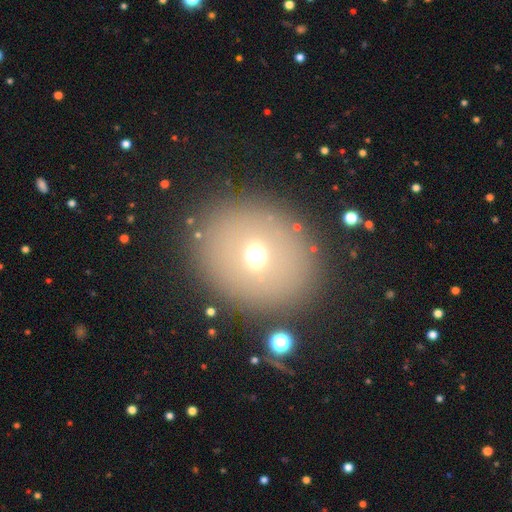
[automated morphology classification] Smooth or featured? smooth (62%)
How rounded? round (72%)
Merging? none (84%)